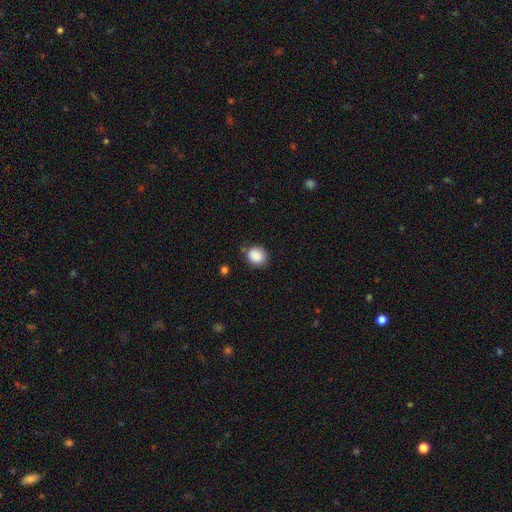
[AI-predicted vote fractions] Smooth or featured? Predicted: smooth (p=0.88). How rounded? Predicted: round (p=0.75). Merging? Predicted: none (p=0.78).